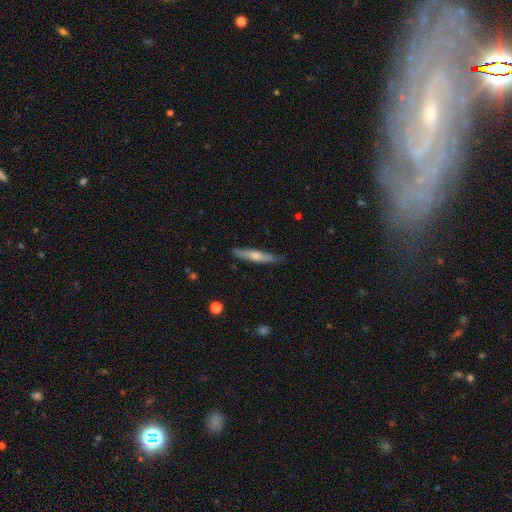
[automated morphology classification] Smooth or featured? Predicted: smooth (p=0.58). How rounded? Predicted: cigar-shaped (p=0.91). Merging? Predicted: none (p=0.84).